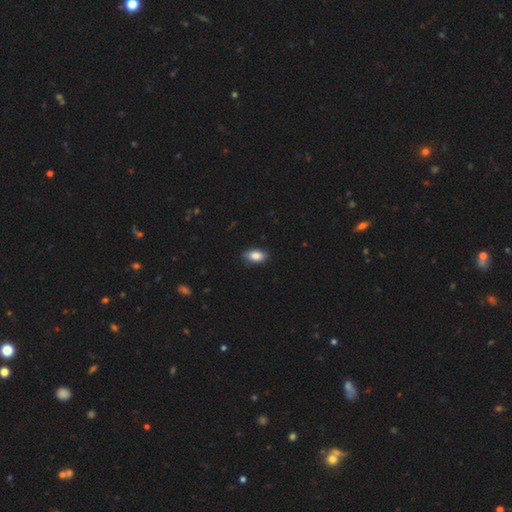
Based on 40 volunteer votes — Volunteers were most divided on "merging": none: 83%, minor disturbance: 11%, major disturbance: 6%, merger: 0%. More confident: how rounded — in between (94%); smooth or featured — smooth (82%).